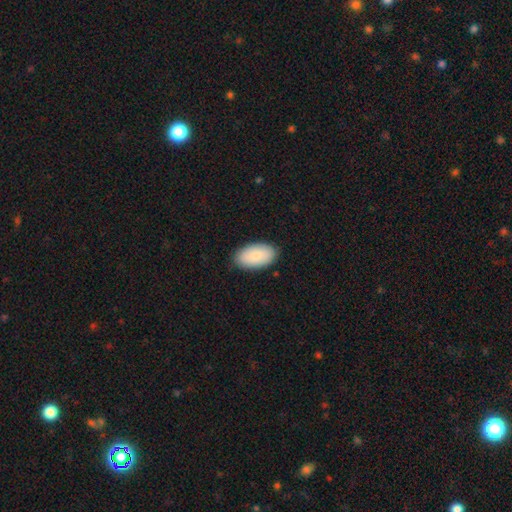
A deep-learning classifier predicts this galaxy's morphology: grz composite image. It shows a smooth galaxy with no disk features (88%) that is in between round and cigar-shaped (96%). Merging: none (87%).